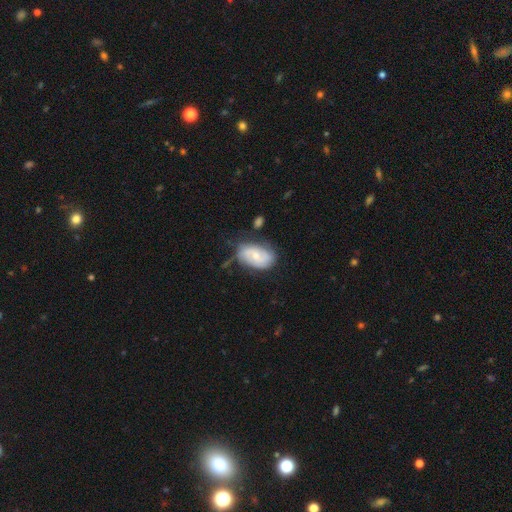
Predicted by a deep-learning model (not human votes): A featured or disk galaxy (57%) with no bar (61%), spiral arms (74%) and a small central bulge (50%). Merging: none (57%).